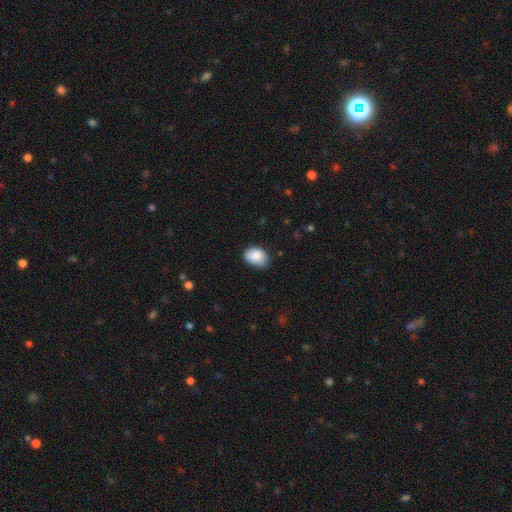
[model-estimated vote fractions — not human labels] Morphology: type=smooth (88%); roundness=in between (78%); merging=none (69%).